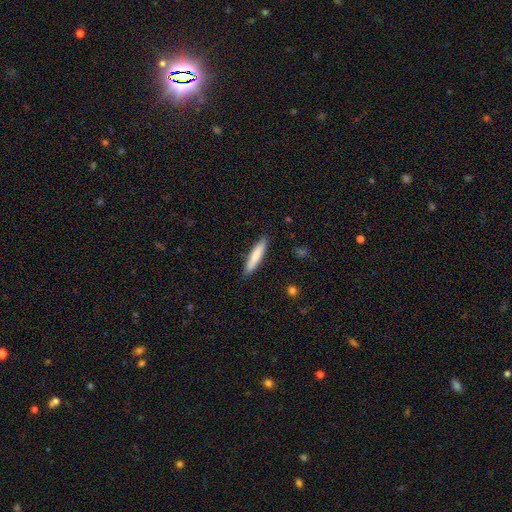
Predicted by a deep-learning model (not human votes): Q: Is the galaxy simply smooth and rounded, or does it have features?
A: smooth — 78%.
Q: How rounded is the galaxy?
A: cigar-shaped — 87%.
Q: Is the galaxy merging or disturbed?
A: none — 89%.